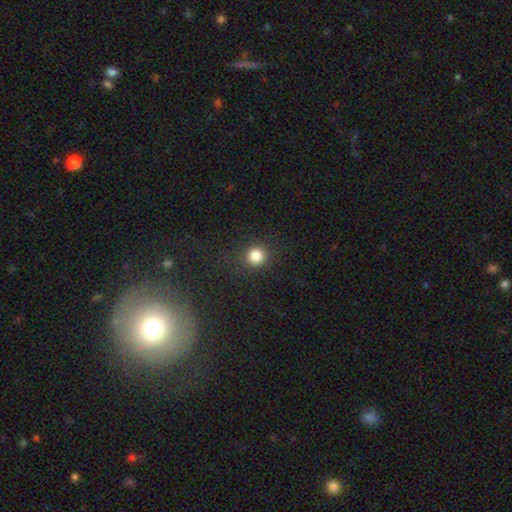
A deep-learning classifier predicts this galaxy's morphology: A smooth galaxy with no disk features (83%) that is round (92%). Merging: none (89%).